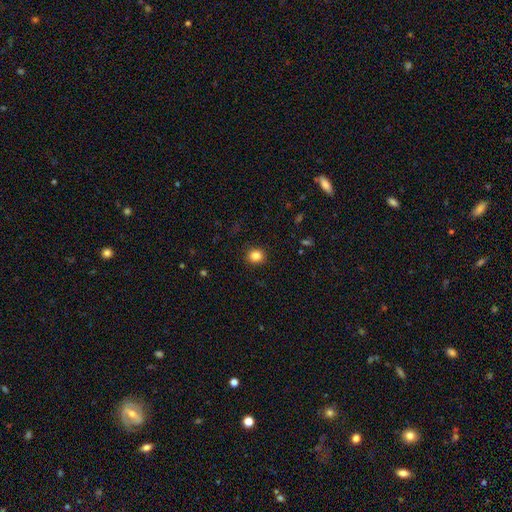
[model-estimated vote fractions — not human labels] Morphology: type=smooth (84%); roundness=round (87%); merging=none (91%).